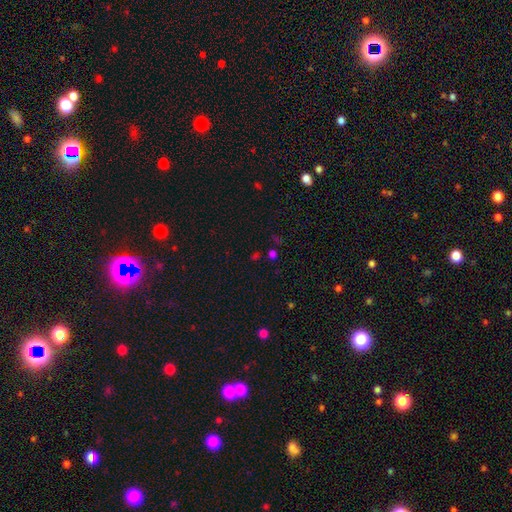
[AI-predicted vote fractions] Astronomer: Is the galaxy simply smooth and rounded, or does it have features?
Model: star or artifact — 49% (runner-up: smooth, 45%).